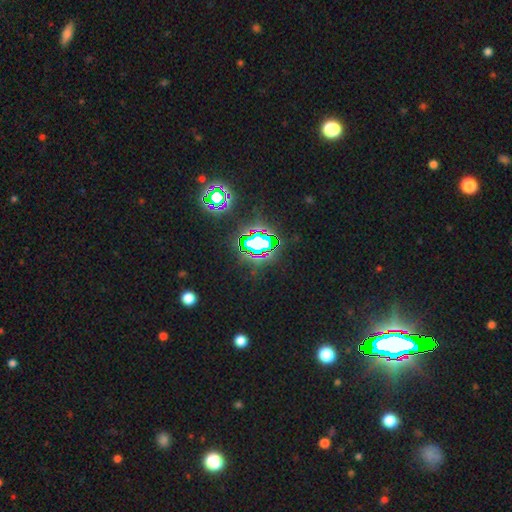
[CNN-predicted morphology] Smooth or featured? star or artifact (81%)